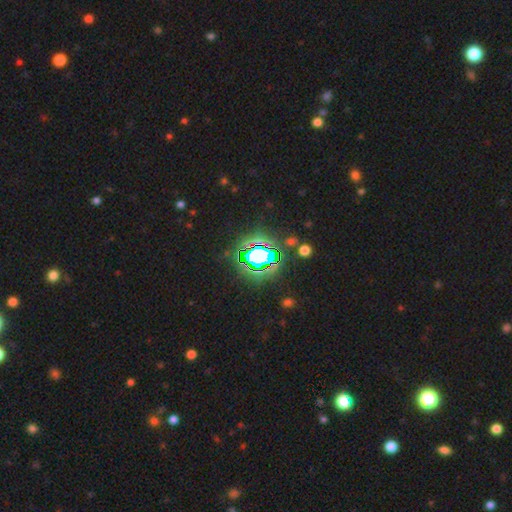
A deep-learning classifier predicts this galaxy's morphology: Smooth or featured? star or artifact (72%)